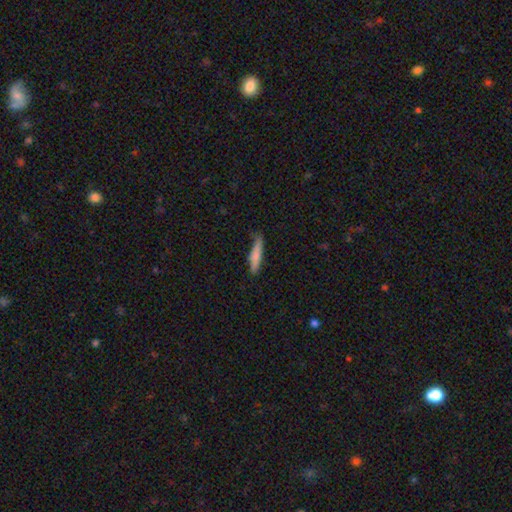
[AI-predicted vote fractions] smooth-or-featured: smooth: 74% | featured or disk: 20% | star or artifact: 6%
  how-rounded: cigar-shaped: 88% | in between: 10% | round: 2%
  merging: none: 69% | minor disturbance: 24% | major disturbance: 5% | merger: 2%